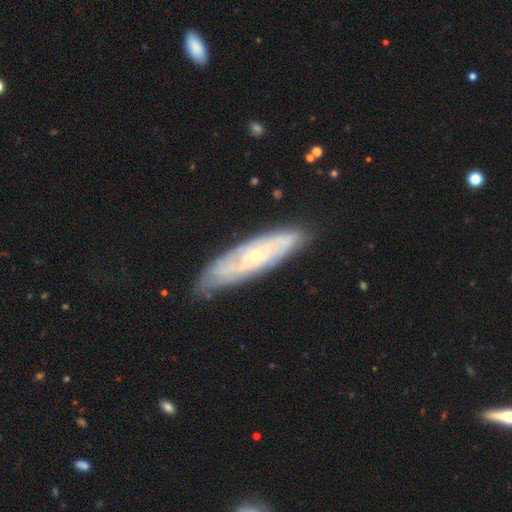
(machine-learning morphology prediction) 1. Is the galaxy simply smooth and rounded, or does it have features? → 74% featured or disk, 19% smooth, 6% star or artifact.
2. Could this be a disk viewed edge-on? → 72% no, 28% yes.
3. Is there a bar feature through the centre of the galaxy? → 77% no, 18% weak, 4% strong.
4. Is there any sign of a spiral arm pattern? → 82% yes, 18% no.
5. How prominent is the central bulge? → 73% small, 24% moderate, 1% none, 1% large, 1% dominant.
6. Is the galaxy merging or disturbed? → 80% none, 16% minor disturbance, 3% major disturbance, 1% merger.